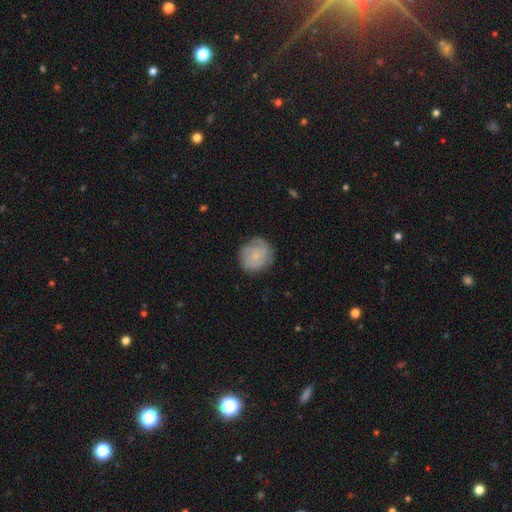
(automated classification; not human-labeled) Morphology: type=featured or disk (52%); edge-on=no (98%); bar=no (77%); spiral arms=yes (86%); bulge=small (61%); merging=none (76%).